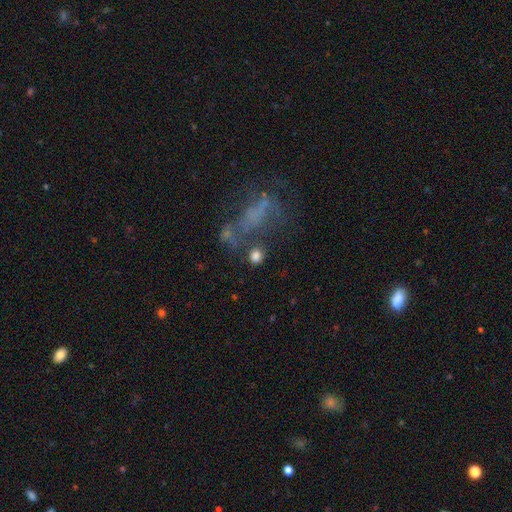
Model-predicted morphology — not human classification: This is likely a smooth galaxy (77%). How rounded: clearly round (82%). Merging: likely none (68%).